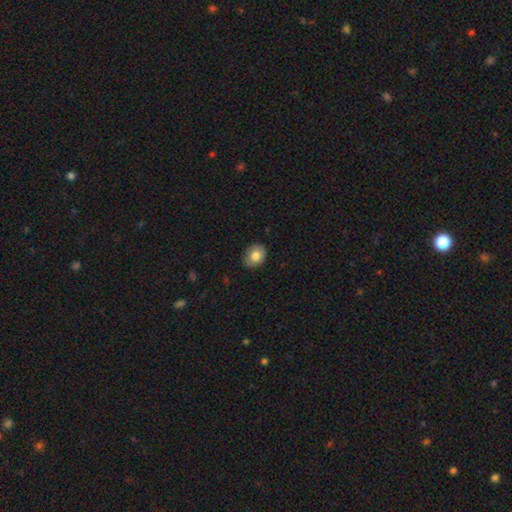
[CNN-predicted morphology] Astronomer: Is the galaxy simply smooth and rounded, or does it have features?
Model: smooth — 80%.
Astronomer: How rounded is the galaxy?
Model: in between — 54% (runner-up: round, 46%).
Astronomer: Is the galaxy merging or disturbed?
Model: none — 84%.